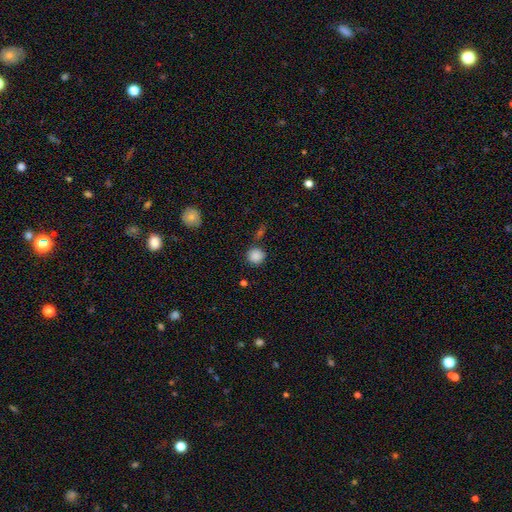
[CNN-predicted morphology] smooth-or-featured: smooth: 86% | star or artifact: 10% | featured or disk: 4%
  how-rounded: round: 92% | in between: 6% | cigar-shaped: 1%
  merging: none: 78% | minor disturbance: 11% | merger: 7% | major disturbance: 4%